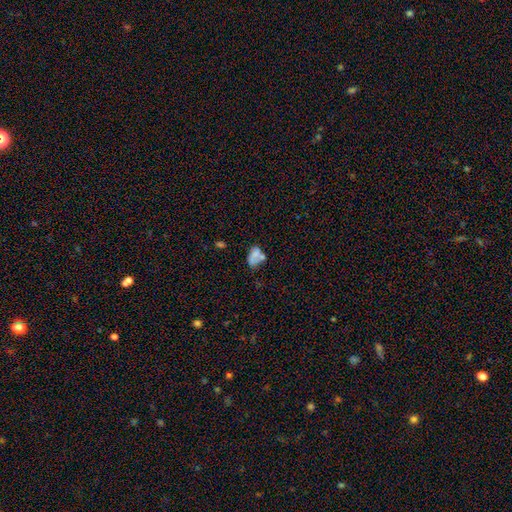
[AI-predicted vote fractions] A smooth galaxy with no disk features (61%) that is in between round and cigar-shaped (79%). Merging: none (33%).